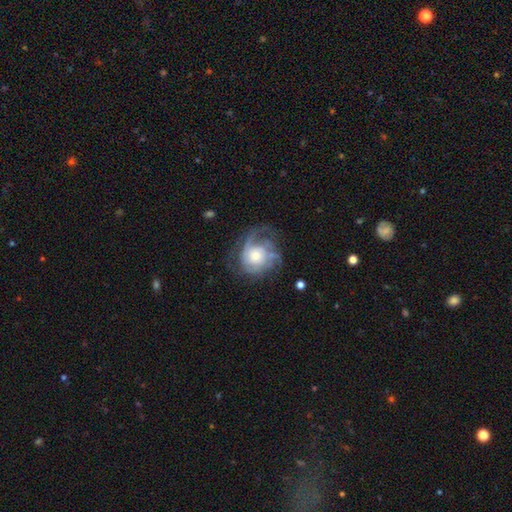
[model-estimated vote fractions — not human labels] Morphology: type=featured or disk (72%); edge-on=no (98%); bar=no (79%); spiral arms=yes (88%); winding=tight (45%); arm count=can't tell (34%); bulge=moderate (44%); merging=none (51%).